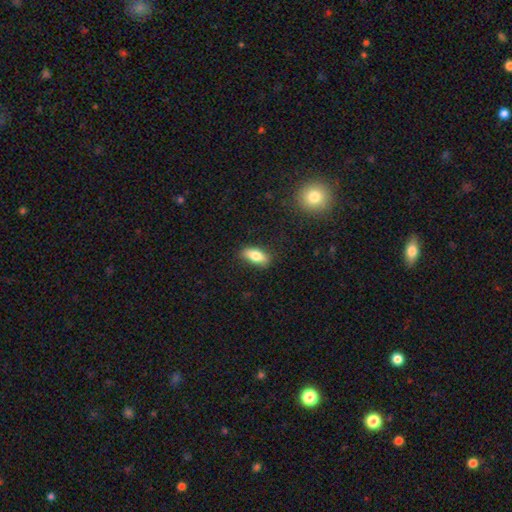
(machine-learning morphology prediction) type=smooth (77%); roundness=in between (79%); merging=none (85%).